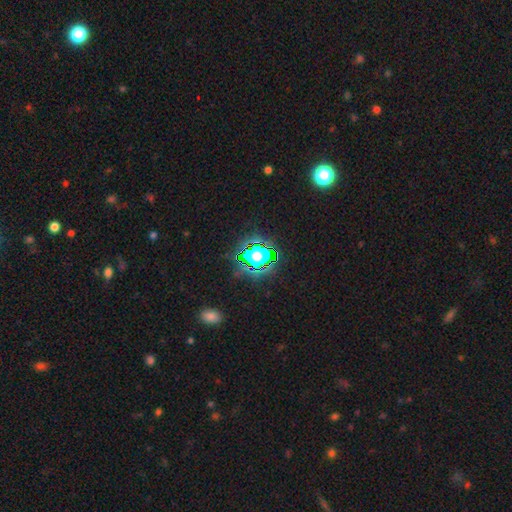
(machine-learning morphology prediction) A star or artifact, not a galaxy (60%).